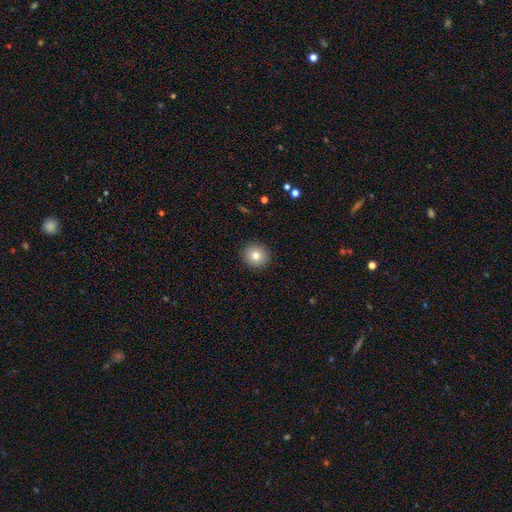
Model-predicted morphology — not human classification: The model was most divided on "smooth or featured": smooth: 80%, star or artifact: 10%, featured or disk: 10%. More confident: how rounded — round (93%); merging — none (92%).